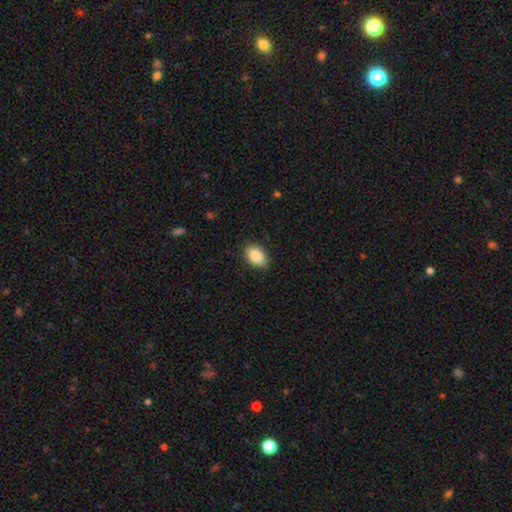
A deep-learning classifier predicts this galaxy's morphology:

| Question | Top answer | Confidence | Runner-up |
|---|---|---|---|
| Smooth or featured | smooth | 89% | star or artifact (7%) |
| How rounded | in between | 89% | round (10%) |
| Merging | none | 88% | minor disturbance (9%) |